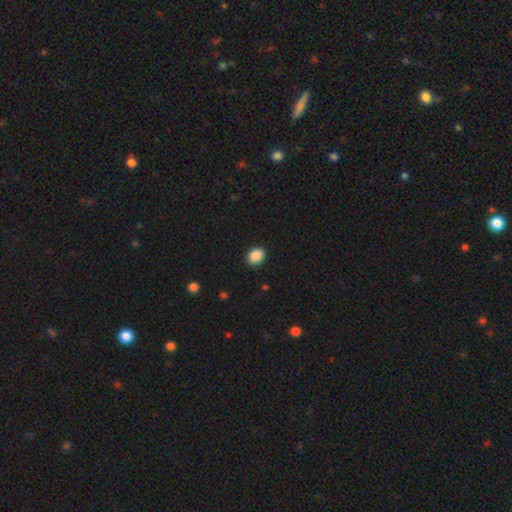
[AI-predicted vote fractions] smooth-or-featured: smooth: 89% | star or artifact: 9% | featured or disk: 3%
  how-rounded: in between: 53% | round: 47% | cigar-shaped: 1%
  merging: none: 91% | minor disturbance: 6% | major disturbance: 2% | merger: 1%